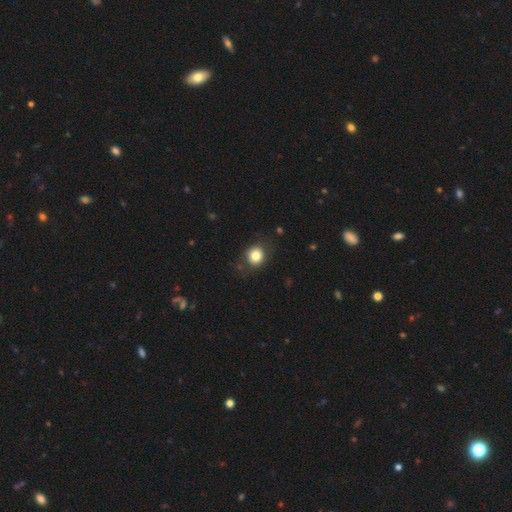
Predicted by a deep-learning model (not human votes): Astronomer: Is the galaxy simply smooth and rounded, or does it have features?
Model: smooth — 81%.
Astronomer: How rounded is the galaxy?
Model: round — 75%.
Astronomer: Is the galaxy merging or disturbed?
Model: none — 80%.